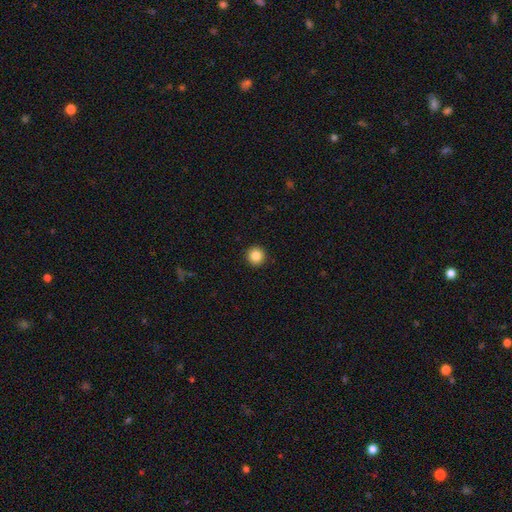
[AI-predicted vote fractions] Overall: smooth (86%). How rounded: round (96%). Merging: none (93%).